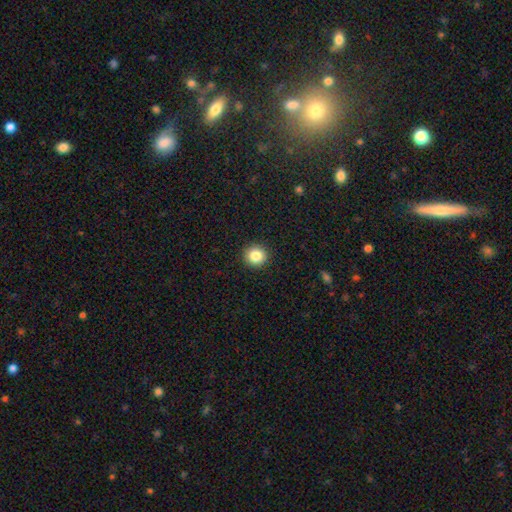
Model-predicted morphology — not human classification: smooth 85%, star or artifact 10%, featured or disk 5%. Down the decision tree: how rounded — round (94%); merging — none (93%).